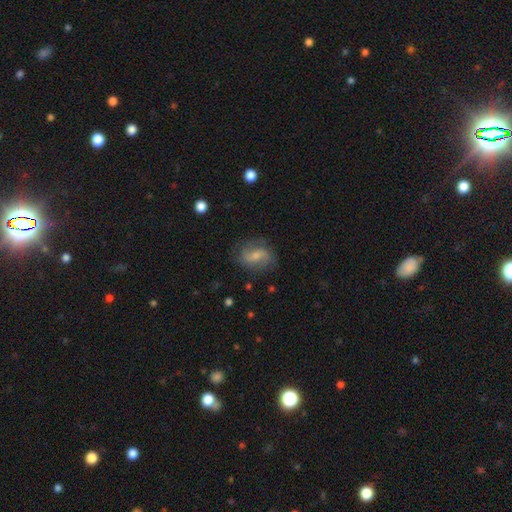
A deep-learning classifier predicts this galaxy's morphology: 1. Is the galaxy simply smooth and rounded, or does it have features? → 58% featured or disk, 34% smooth, 8% star or artifact.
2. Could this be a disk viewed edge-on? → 96% no, 4% yes.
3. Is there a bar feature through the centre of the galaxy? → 46% weak, 38% no, 16% strong.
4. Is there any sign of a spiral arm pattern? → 87% yes, 13% no.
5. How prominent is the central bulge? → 51% small, 37% moderate, 8% none, 3% large, 1% dominant.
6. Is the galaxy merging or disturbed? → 72% none, 18% minor disturbance, 8% major disturbance, 2% merger.